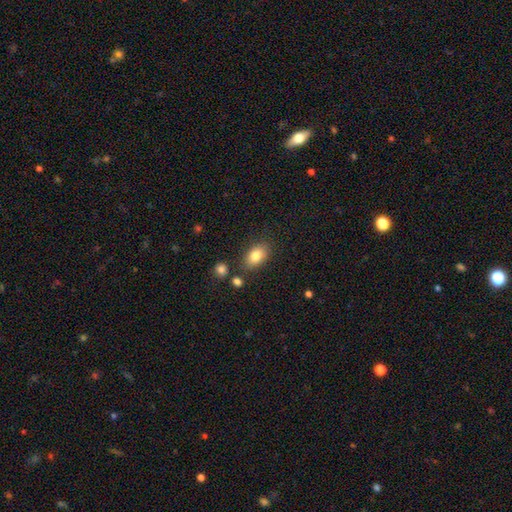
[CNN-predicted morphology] This is clearly a smooth galaxy (83%). How rounded: clearly in between (88%). Merging: likely none (80%).